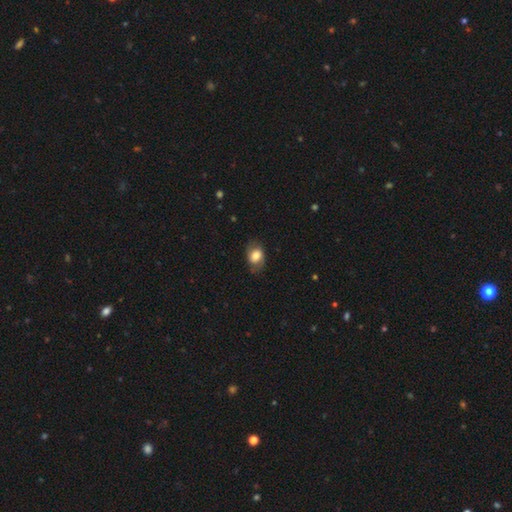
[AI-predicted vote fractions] Q: Smooth or featured?
A: smooth (70%); runner-up: featured or disk (23%)
Q: How rounded?
A: in between (72%); runner-up: round (27%)
Q: Merging?
A: none (72%); runner-up: minor disturbance (19%)